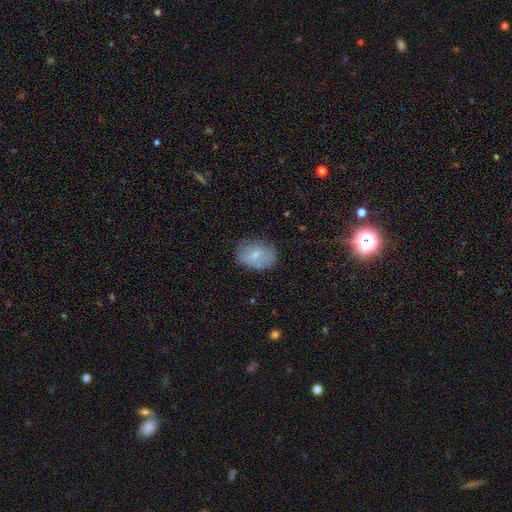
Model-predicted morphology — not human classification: smooth 71%, featured or disk 21%, star or artifact 8%. Down the decision tree: how rounded — in between (74%); merging — none (70%).